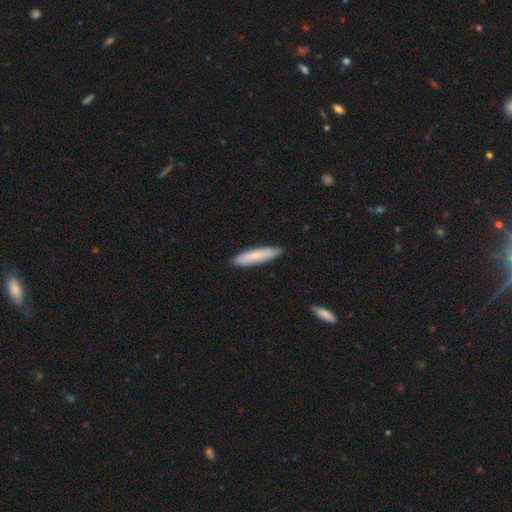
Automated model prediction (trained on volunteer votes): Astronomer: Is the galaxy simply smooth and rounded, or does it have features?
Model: smooth — 80%.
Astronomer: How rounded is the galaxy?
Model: cigar-shaped — 84%.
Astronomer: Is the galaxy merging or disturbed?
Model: none — 88%.